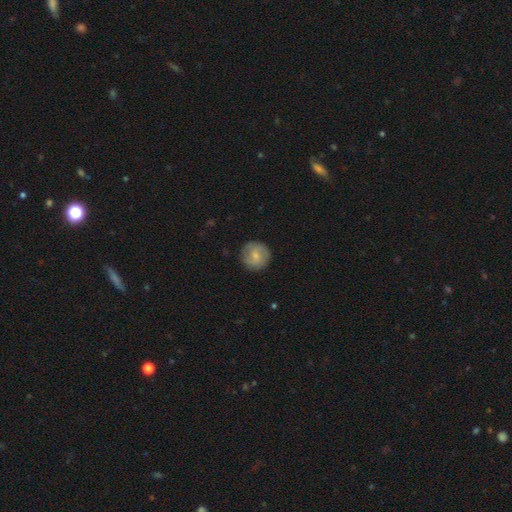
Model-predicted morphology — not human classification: Smooth or featured: smooth — 65% (featured or disk — 28%)
How rounded: round — 94% (in between — 5%)
Merging: none — 85% (minor disturbance — 11%)